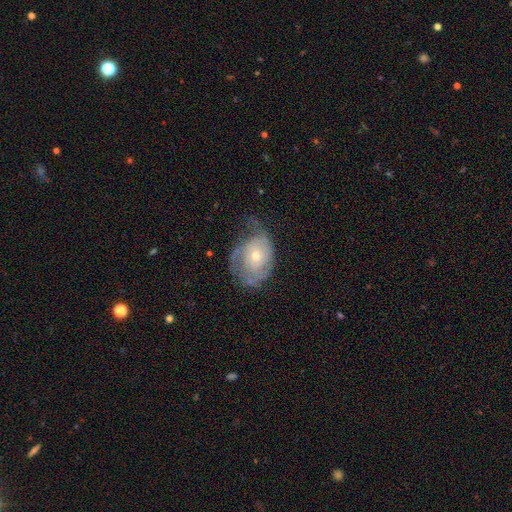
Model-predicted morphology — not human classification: smooth_or_featured: featured or disk (p=0.60) [alt: smooth p=0.32]
disk_edge_on: no (p=0.95) [alt: yes p=0.05]
bar: no (p=0.82) [alt: weak p=0.15]
has_spiral_arms: yes (p=0.69) [alt: no p=0.31]
bulge_size: small (p=0.48) [alt: moderate p=0.47]
merging: none (p=0.41) [alt: minor disturbance p=0.33]